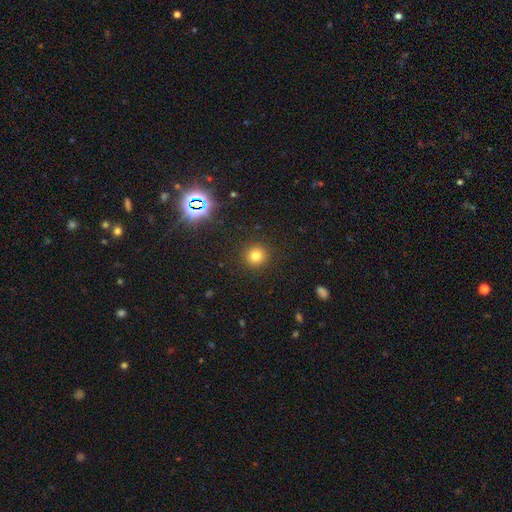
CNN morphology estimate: Overall: smooth (77%). How rounded: round (93%). Merging: none (91%).